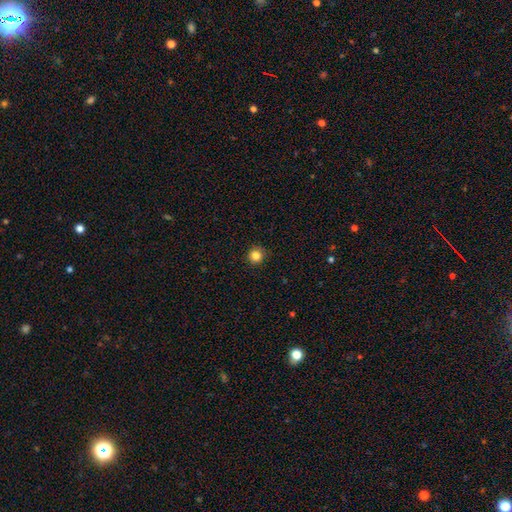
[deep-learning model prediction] Q: Smooth or featured?
A: smooth (84%); runner-up: star or artifact (12%)
Q: How rounded?
A: round (94%); runner-up: in between (5%)
Q: Merging?
A: none (91%); runner-up: minor disturbance (6%)